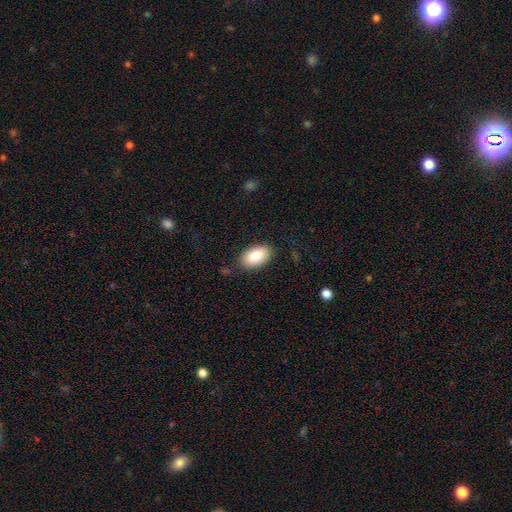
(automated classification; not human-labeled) The model was most divided on "merging": none: 84%, minor disturbance: 12%, major disturbance: 3%, merger: 1%. More confident: how rounded — in between (94%); smooth or featured — smooth (86%).